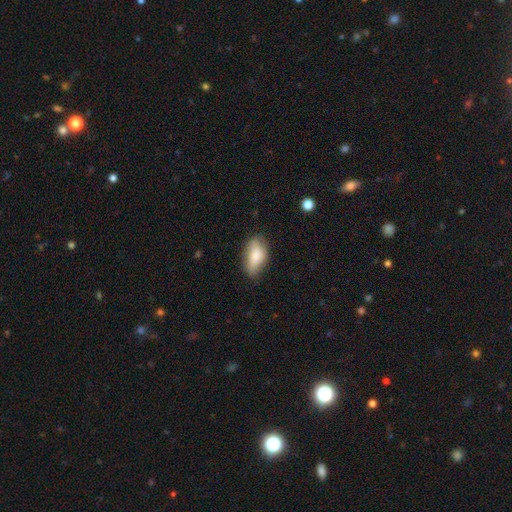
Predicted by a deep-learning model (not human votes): Overall: smooth (82%). How rounded: in between (90%). Merging: none (65%; minor disturbance 27%).